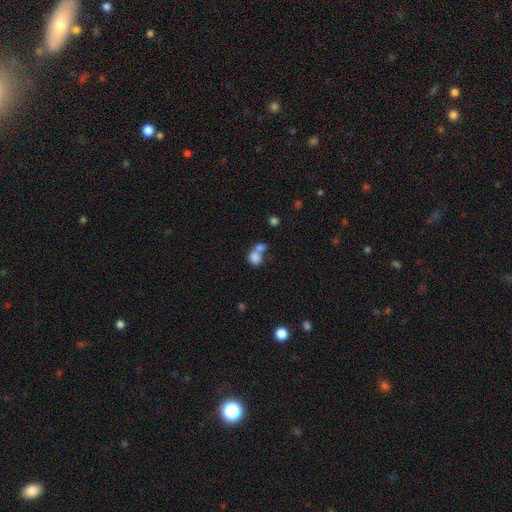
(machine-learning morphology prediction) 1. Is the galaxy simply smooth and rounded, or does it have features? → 79% smooth, 10% featured or disk, 10% star or artifact.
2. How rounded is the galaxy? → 65% round, 34% in between, 1% cigar-shaped.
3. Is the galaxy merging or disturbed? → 59% merger, 29% none, 7% minor disturbance, 5% major disturbance.